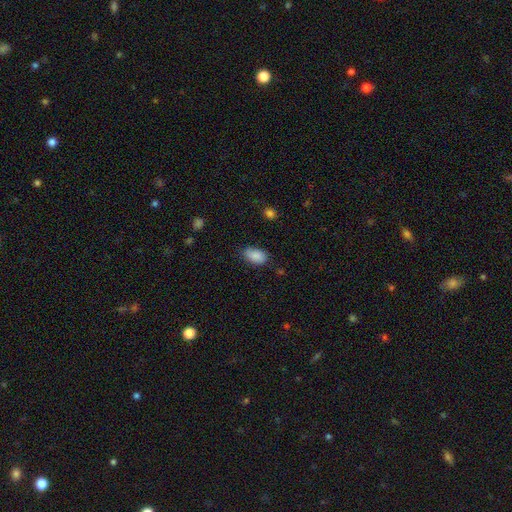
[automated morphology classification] smooth-or-featured: smooth: 87% | star or artifact: 7% | featured or disk: 6%
  how-rounded: in between: 92% | round: 7% | cigar-shaped: 1%
  merging: none: 73% | minor disturbance: 21% | major disturbance: 4% | merger: 2%